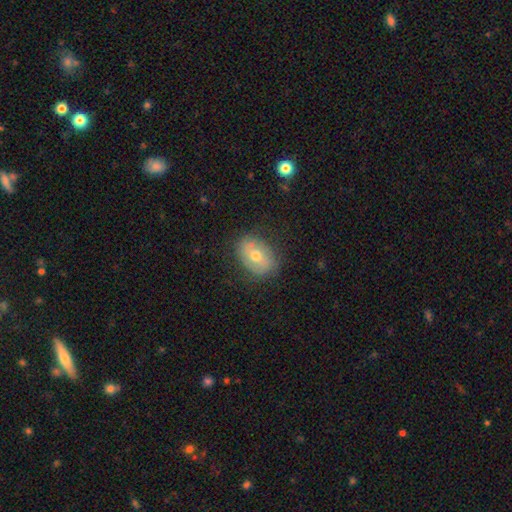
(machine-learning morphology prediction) smooth 54%, featured or disk 37%, star or artifact 8%. Down the decision tree: how rounded — in between (76%); merging — none (77%).